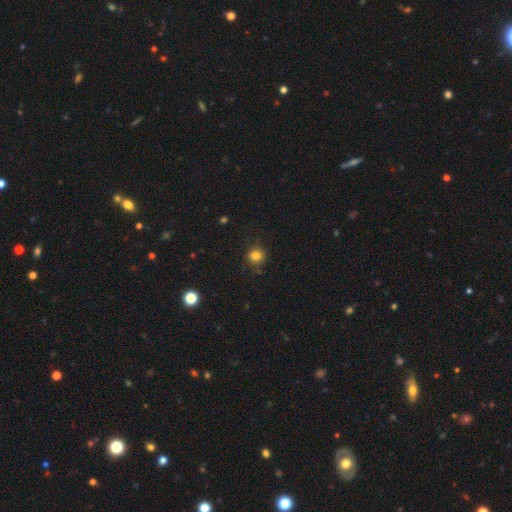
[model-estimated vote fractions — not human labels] Smooth or featured? Predicted: smooth (p=0.82). How rounded? Predicted: round (p=0.92). Merging? Predicted: none (p=0.87).